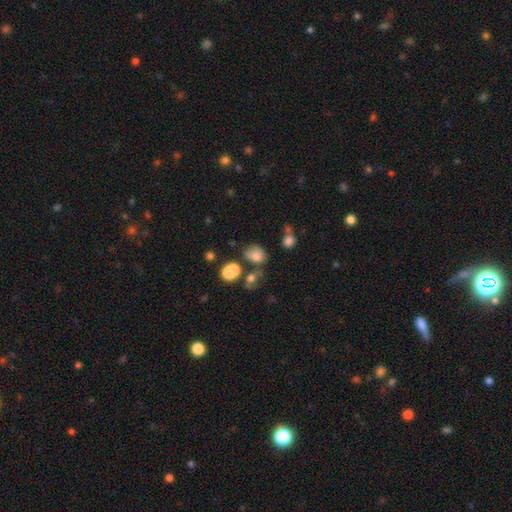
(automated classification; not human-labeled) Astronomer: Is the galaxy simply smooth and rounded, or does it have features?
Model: smooth — 70%.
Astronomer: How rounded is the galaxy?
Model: in between — 58% (runner-up: round, 41%).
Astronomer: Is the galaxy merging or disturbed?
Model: none — 43% (runner-up: minor disturbance, 22%).